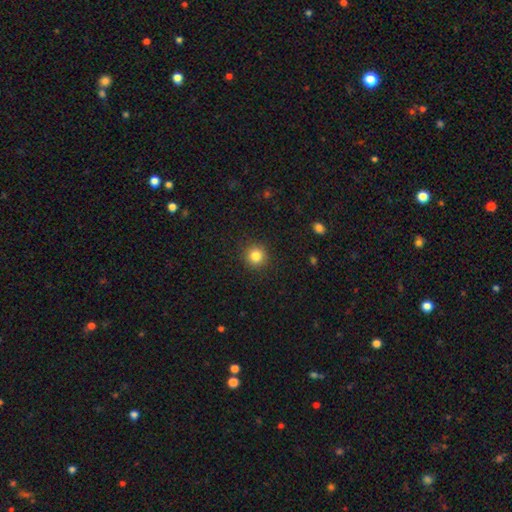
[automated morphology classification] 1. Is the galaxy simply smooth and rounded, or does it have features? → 83% smooth, 12% star or artifact, 5% featured or disk.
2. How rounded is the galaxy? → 93% round, 6% in between, 1% cigar-shaped.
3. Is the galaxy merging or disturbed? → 92% none, 5% minor disturbance, 2% major disturbance, 1% merger.